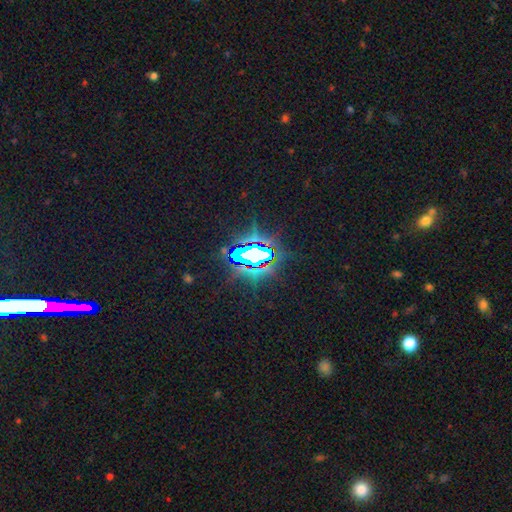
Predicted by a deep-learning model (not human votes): Q: Smooth or featured?
A: star or artifact (78%); runner-up: featured or disk (11%)